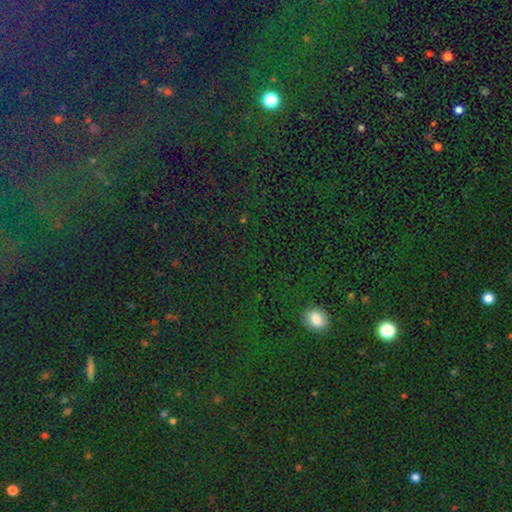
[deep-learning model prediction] Overall: star or artifact (68%).